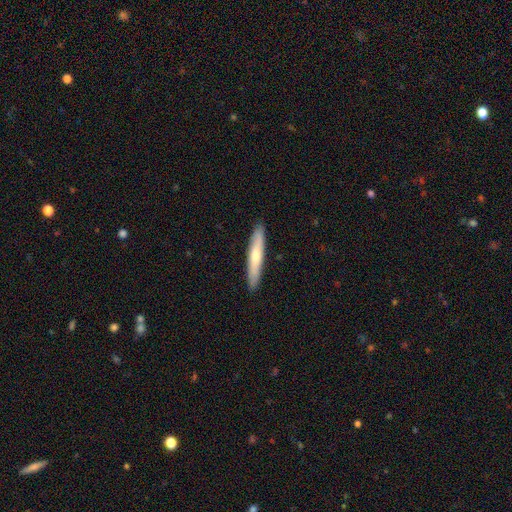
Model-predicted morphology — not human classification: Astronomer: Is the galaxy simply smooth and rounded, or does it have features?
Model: smooth — 63%.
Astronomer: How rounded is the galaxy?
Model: cigar-shaped — 92%.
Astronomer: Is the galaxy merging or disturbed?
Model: none — 90%.